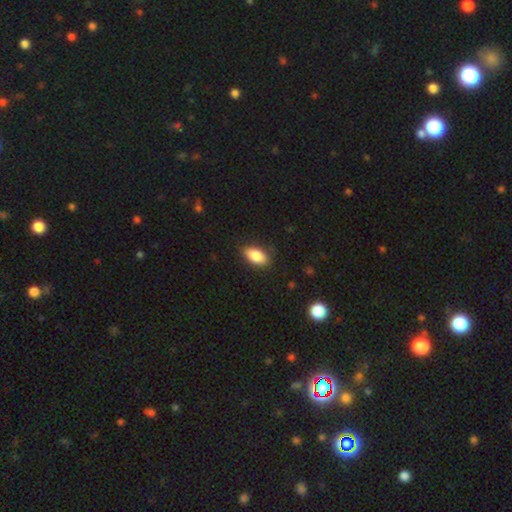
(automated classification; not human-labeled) smooth-or-featured: smooth: 84% | featured or disk: 8% | star or artifact: 7%
  how-rounded: in between: 91% | cigar-shaped: 5% | round: 5%
  merging: none: 85% | minor disturbance: 12% | major disturbance: 3% | merger: 1%